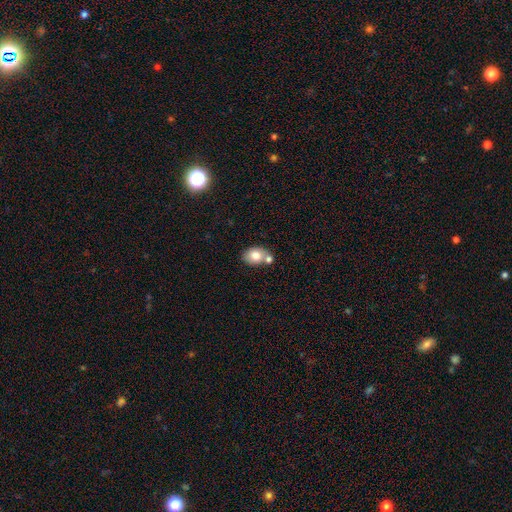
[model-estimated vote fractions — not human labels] Smooth or featured?
  - smooth: 78% *
  - featured or disk: 14%
  - star or artifact: 8%
How rounded?
  - in between: 67% *
  - round: 32%
  - cigar-shaped: 1%
Merging?
  - none: 50% *
  - merger: 33%
  - minor disturbance: 13%
  - major disturbance: 4%